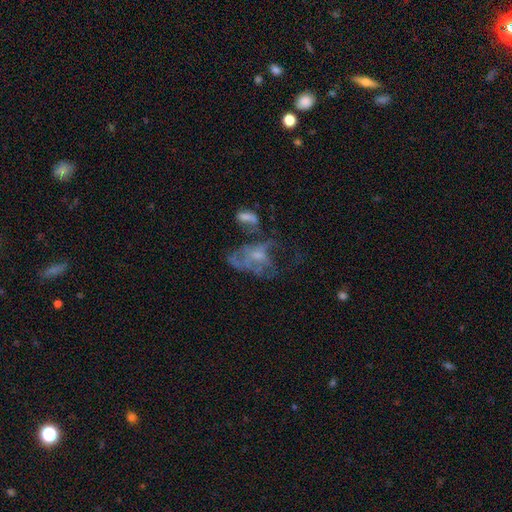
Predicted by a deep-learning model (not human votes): smooth_or_featured: featured or disk (p=0.60) [alt: smooth p=0.26]
disk_edge_on: no (p=0.96) [alt: yes p=0.04]
bar: no (p=0.80) [alt: weak p=0.17]
has_spiral_arms: no (p=0.70) [alt: yes p=0.30]
bulge_size: small (p=0.46) [alt: moderate p=0.28]
merging: major disturbance (p=0.39) [alt: none p=0.23]